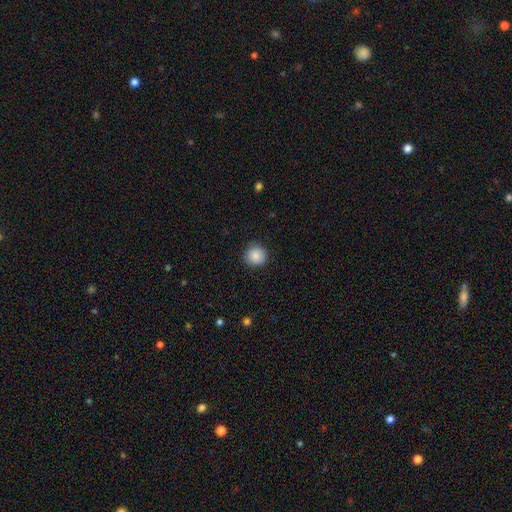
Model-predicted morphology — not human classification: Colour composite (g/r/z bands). It shows a smooth galaxy with no disk features (87%) that is round (93%). Merging: none (89%).